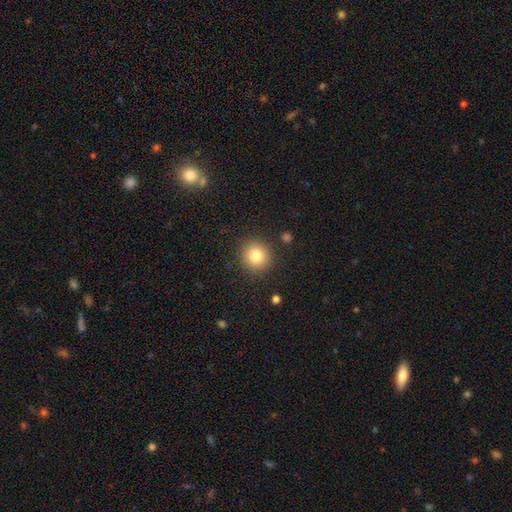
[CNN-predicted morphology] This appears to be a smooth galaxy with no disk features (80%) that is round (92%). Merging: none (89%).